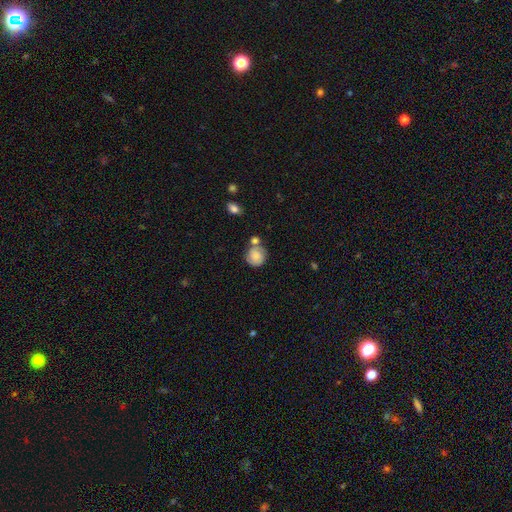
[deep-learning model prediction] smooth 70%, featured or disk 22%, star or artifact 8%. Down the decision tree: how rounded — round (83%); merging — none (55%).